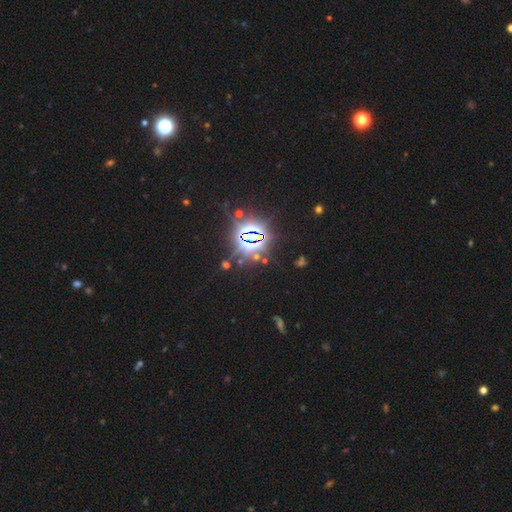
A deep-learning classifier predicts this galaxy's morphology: This appears to be a star or artifact, not a galaxy (83%).